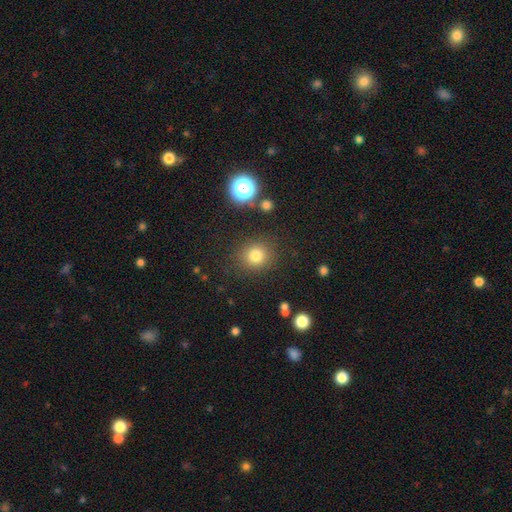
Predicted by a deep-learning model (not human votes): Smooth or featured? smooth (79%)
How rounded? round (87%)
Merging? none (86%)